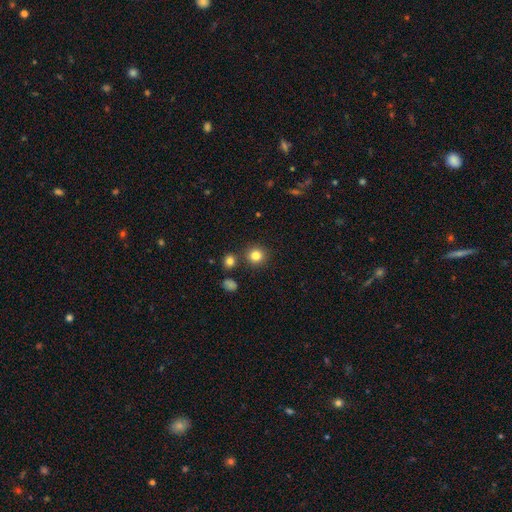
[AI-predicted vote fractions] smooth 82%, star or artifact 12%, featured or disk 6%. Down the decision tree: how rounded — round (92%); merging — none (86%).